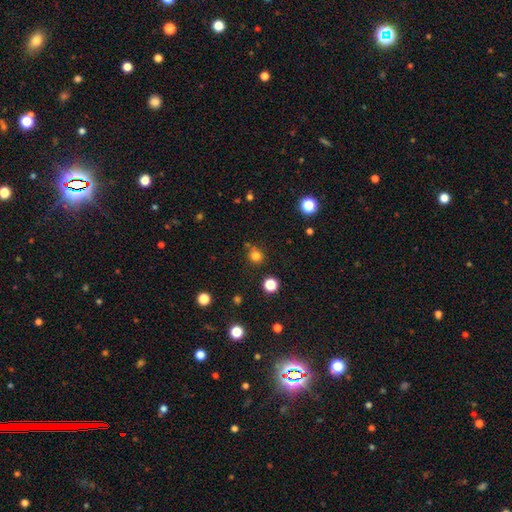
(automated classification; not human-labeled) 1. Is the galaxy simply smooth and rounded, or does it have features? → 79% smooth, 16% star or artifact, 5% featured or disk.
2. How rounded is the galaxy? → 88% round, 11% in between, 1% cigar-shaped.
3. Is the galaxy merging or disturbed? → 74% none, 14% minor disturbance, 8% merger, 4% major disturbance.